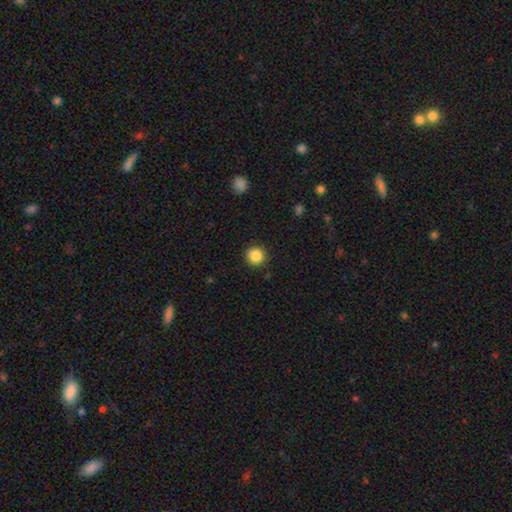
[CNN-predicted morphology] Q: Smooth or featured?
A: smooth (87%); runner-up: star or artifact (10%)
Q: How rounded?
A: round (92%); runner-up: in between (7%)
Q: Merging?
A: none (89%); runner-up: minor disturbance (7%)